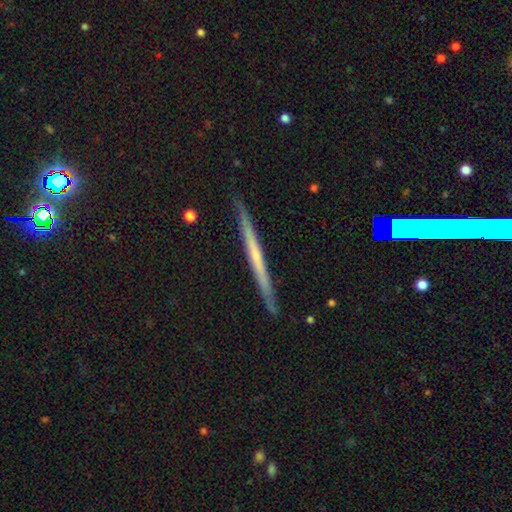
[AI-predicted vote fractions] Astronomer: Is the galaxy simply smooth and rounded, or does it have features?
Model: featured or disk — 62%.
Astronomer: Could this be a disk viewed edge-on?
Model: yes — 97%.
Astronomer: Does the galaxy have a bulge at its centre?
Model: none — 76%.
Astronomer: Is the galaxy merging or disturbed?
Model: none — 90%.